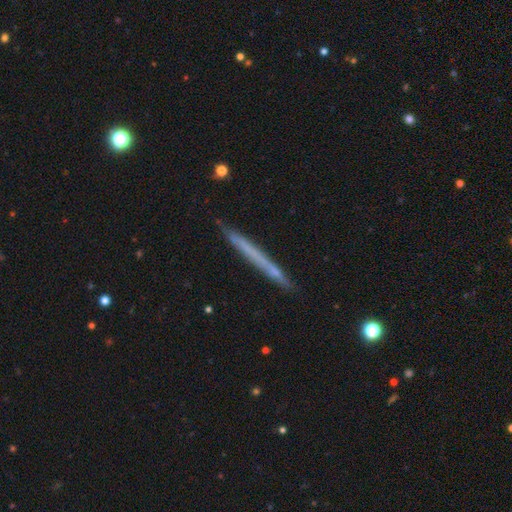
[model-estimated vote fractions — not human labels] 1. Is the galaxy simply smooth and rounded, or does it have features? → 50% smooth, 44% featured or disk, 7% star or artifact.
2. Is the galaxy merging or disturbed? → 89% none, 9% minor disturbance, 1% major disturbance, 1% merger.